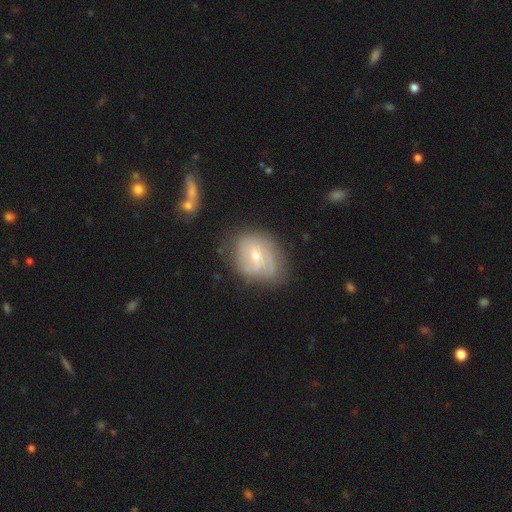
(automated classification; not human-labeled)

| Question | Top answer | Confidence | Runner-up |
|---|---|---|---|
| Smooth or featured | featured or disk | 65% | smooth (27%) |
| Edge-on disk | no | 96% | yes (4%) |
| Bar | no | 45% | tied: weak (45%) |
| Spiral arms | yes | 79% | no (21%) |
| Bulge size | small | 51% | moderate (46%) |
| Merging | none | 58% | minor disturbance (27%) |